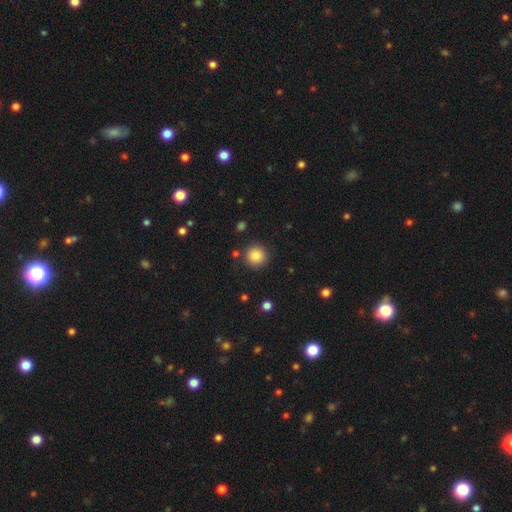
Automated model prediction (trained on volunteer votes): smooth_or_featured: smooth (p=0.85) [alt: star or artifact p=0.10]
how_rounded: round (p=0.95) [alt: in between p=0.05]
merging: none (p=0.88) [alt: minor disturbance p=0.07]